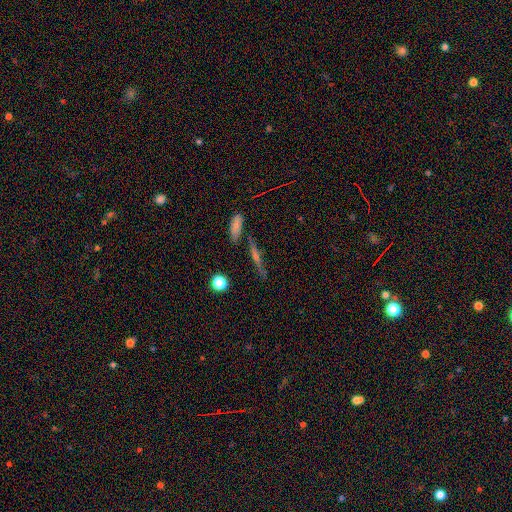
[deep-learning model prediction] Smooth or featured?
  - featured or disk: 55% *
  - smooth: 28%
  - star or artifact: 17%
Edge-on disk?
  - yes: 91% *
  - no: 9%
Merging?
  - none: 80% *
  - minor disturbance: 10%
  - merger: 7%
  - major disturbance: 4%